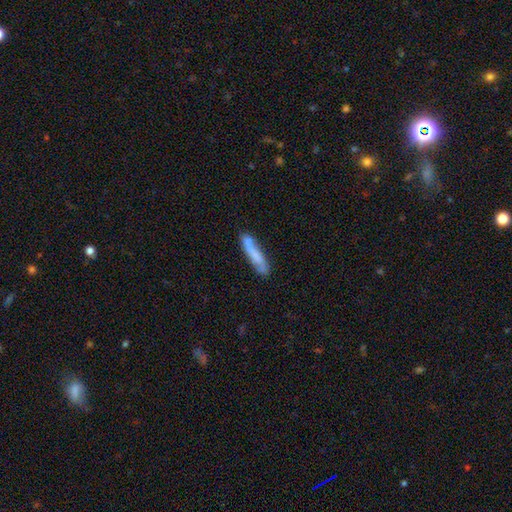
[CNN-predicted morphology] Smooth or featured: smooth — 58% (featured or disk — 34%)
How rounded: cigar-shaped — 88% (in between — 10%)
Merging: none — 63% (minor disturbance — 20%)